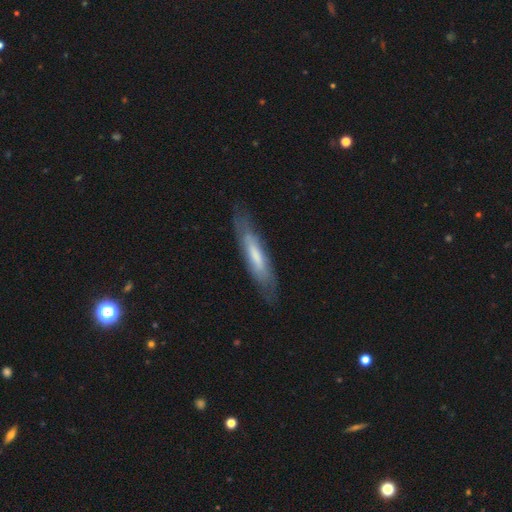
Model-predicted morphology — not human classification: Smooth or featured?
  - smooth: 49% *
  - featured or disk: 45%
  - star or artifact: 6%
Merging?
  - none: 74% *
  - minor disturbance: 19%
  - major disturbance: 6%
  - merger: 1%